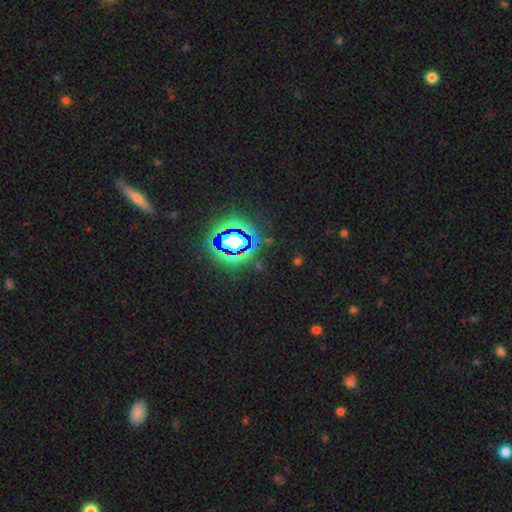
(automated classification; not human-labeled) Morphology: type=star or artifact (81%).